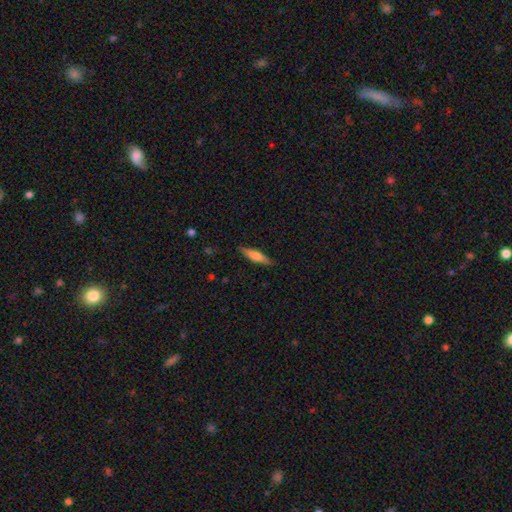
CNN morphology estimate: A smooth galaxy with no disk features (52%) that is cigar-shaped (78%).

Vote fractions:
- Smooth or featured? smooth: 52% / featured or disk: 42% / star or artifact: 6%
- How rounded? cigar-shaped: 78% / in between: 20% / round: 2%
- Merging? none: 88% / minor disturbance: 9% / major disturbance: 2% / merger: 1%